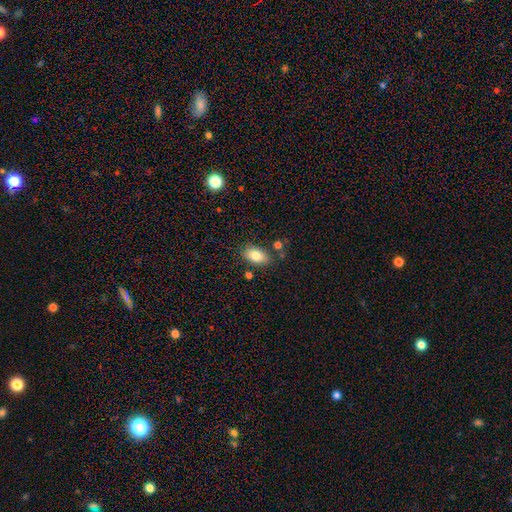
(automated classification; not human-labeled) Smooth or featured? smooth (81%)
How rounded? in between (90%)
Merging? none (78%)